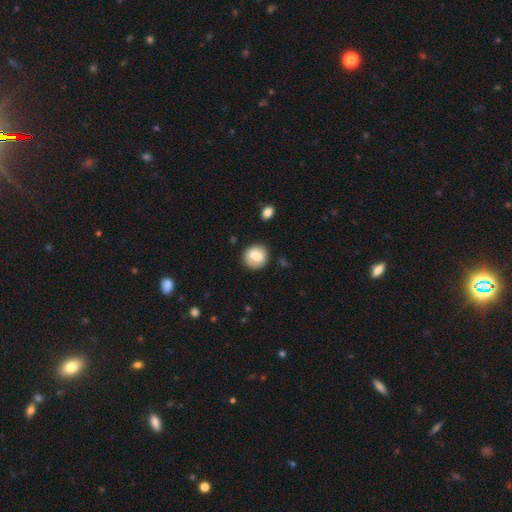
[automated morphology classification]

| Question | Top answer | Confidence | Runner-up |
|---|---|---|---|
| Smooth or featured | smooth | 73% | featured or disk (19%) |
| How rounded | round | 79% | in between (20%) |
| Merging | none | 79% | minor disturbance (14%) |